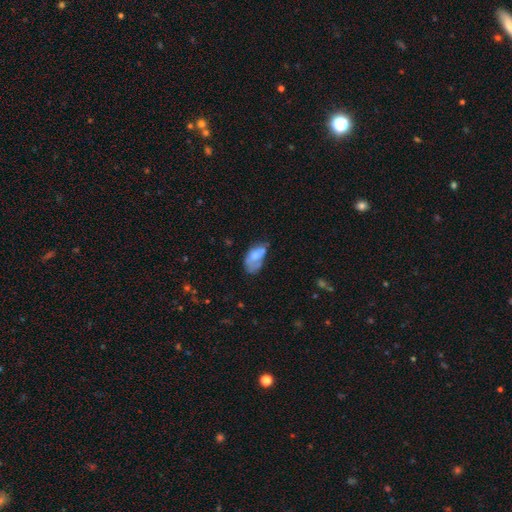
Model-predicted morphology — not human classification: Smooth or featured?
  - smooth: 61% *
  - featured or disk: 30%
  - star or artifact: 8%
How rounded?
  - in between: 92% *
  - round: 5%
  - cigar-shaped: 3%
Merging?
  - minor disturbance: 34% *
  - none: 32%
  - major disturbance: 25%
  - merger: 9%